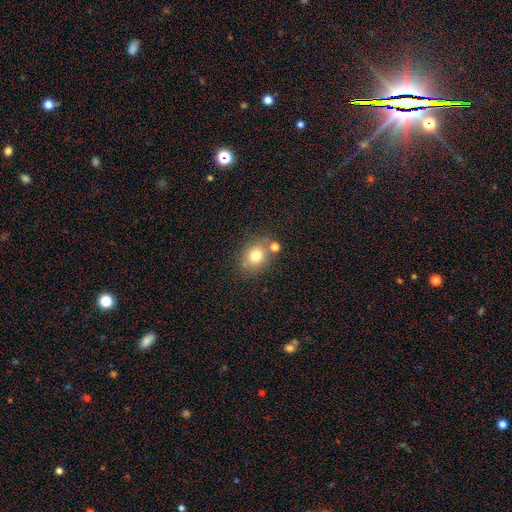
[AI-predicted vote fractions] A smooth galaxy with no disk features (76%) that is round (60%). Merging: none (69%).